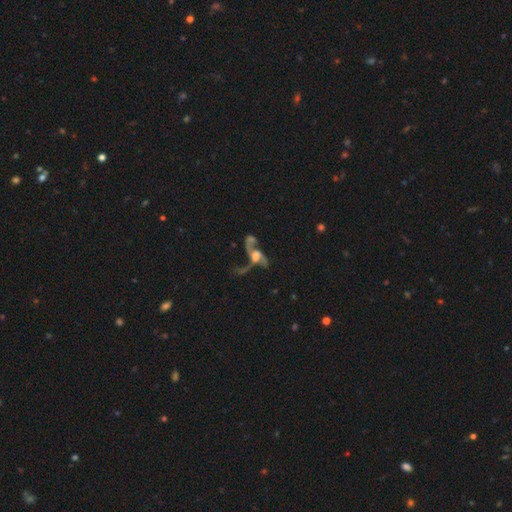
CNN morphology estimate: The model was most divided on "bulge size": moderate: 31%, large: 28%, none: 20%, small: 16%, dominant: 5%. Remaining: edge-on disk — no (92%); spiral arms — yes (75%); smooth or featured — featured or disk (67%); bar — no (62%); merging — merger (39%).